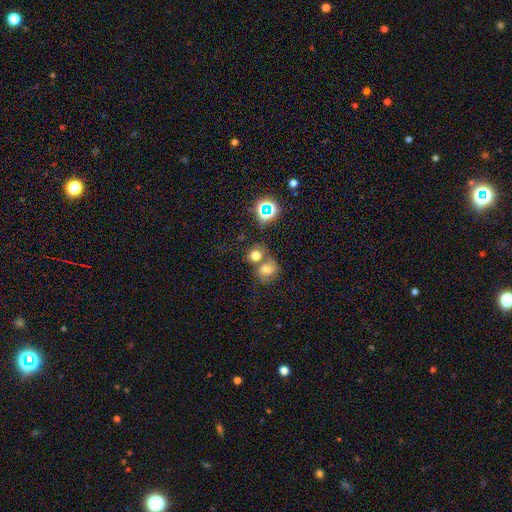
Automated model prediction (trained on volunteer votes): Q: Smooth or featured?
A: smooth (65%); runner-up: star or artifact (20%)
Q: How rounded?
A: round (73%); runner-up: in between (26%)
Q: Merging?
A: merger (42%); tied with: none (42%)